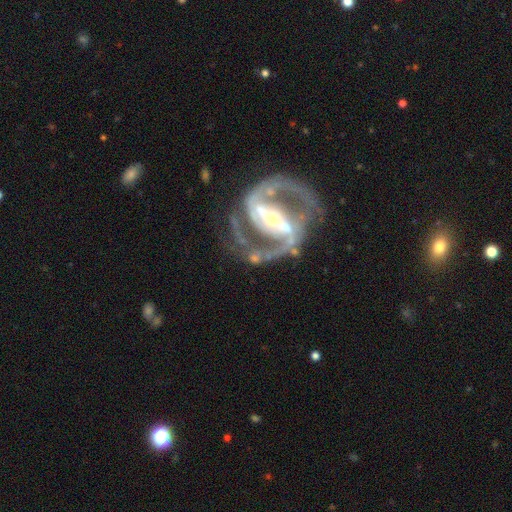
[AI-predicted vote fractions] Smooth or featured?
  - featured or disk: 92% *
  - star or artifact: 4%
  - smooth: 3%
Edge-on disk?
  - no: 97% *
  - yes: 3%
Bar?
  - strong: 74% *
  - weak: 18%
  - no: 8%
Spiral arms?
  - yes: 97% *
  - no: 3%
Spiral winding?
  - medium: 58% *
  - tight: 28%
  - loose: 14%
Spiral arm count?
  - 2: 92% *
  - can't tell: 2%
  - 3: 2%
  - 1: 2%
  - 4: 1%
  - more than 4: 1%
Bulge size?
  - small: 52% *
  - moderate: 41%
  - large: 5%
  - none: 2%
  - dominant: 1%
Merging?
  - none: 70% *
  - minor disturbance: 14%
  - major disturbance: 12%
  - merger: 3%